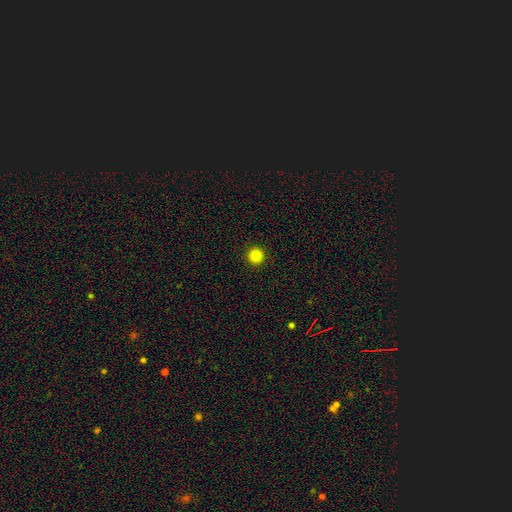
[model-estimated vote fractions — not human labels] This appears to be a smooth galaxy with no disk features (85%) that is round (96%). Merging: none (94%).